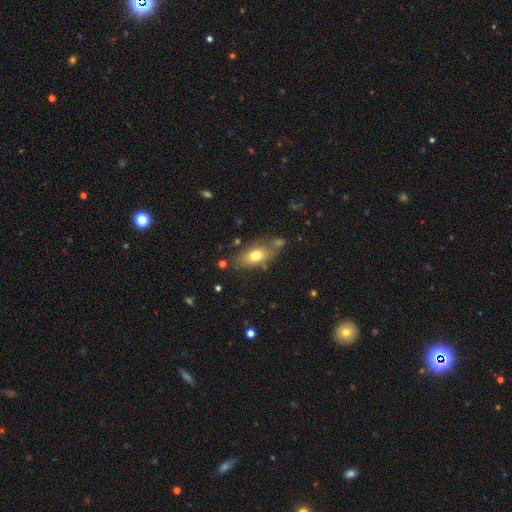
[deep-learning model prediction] This is likely a smooth galaxy (69%). How rounded: clearly in between (82%). Merging: likely none (64%).